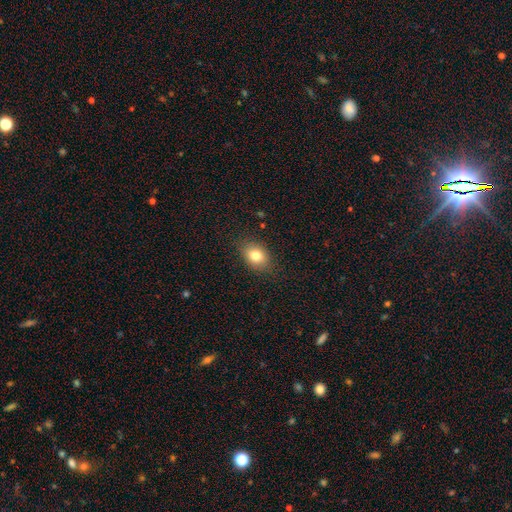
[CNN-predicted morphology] type=smooth (79%); roundness=in between (70%); merging=none (84%).